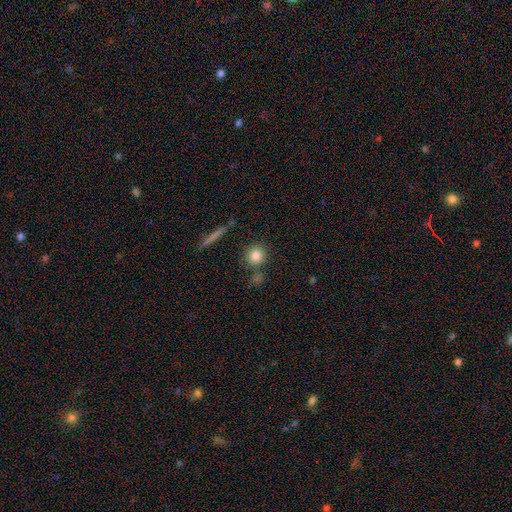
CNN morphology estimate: The model was most divided on "merging": none: 77%, minor disturbance: 10%, merger: 10%, major disturbance: 4%. More confident: how rounded — round (88%); smooth or featured — smooth (84%).